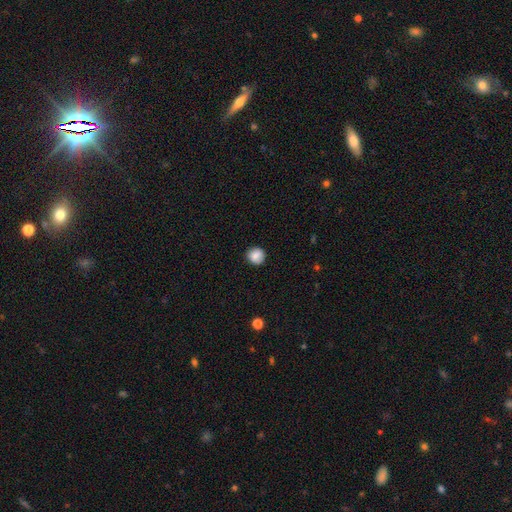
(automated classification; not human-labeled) Smooth or featured?
  - smooth: 85% *
  - star or artifact: 9%
  - featured or disk: 7%
How rounded?
  - round: 91% *
  - in between: 8%
  - cigar-shaped: 1%
Merging?
  - none: 88% *
  - minor disturbance: 9%
  - major disturbance: 2%
  - merger: 1%